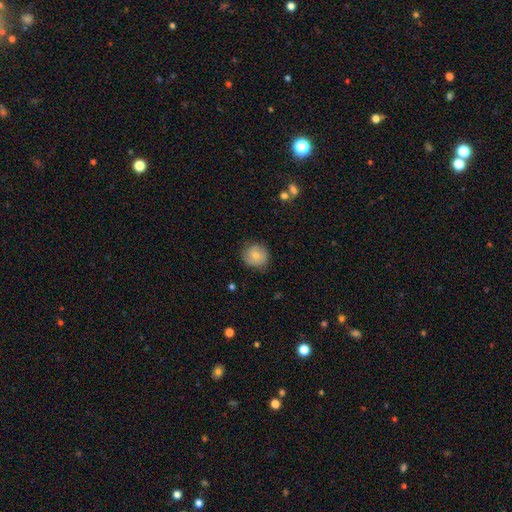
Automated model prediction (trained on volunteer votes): Smooth or featured?
  - smooth: 74% *
  - featured or disk: 19%
  - star or artifact: 8%
How rounded?
  - round: 86% *
  - in between: 13%
  - cigar-shaped: 1%
Merging?
  - none: 77% *
  - minor disturbance: 18%
  - major disturbance: 4%
  - merger: 1%